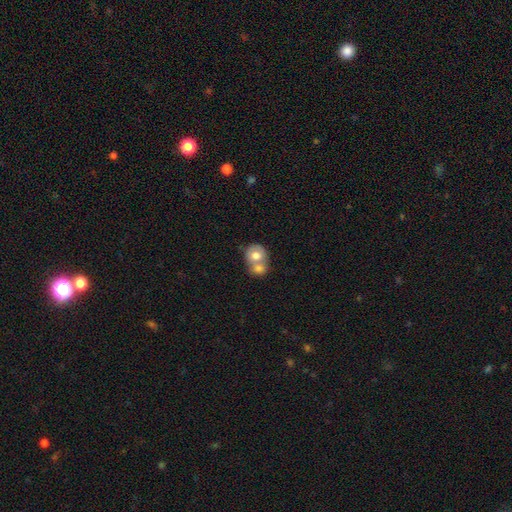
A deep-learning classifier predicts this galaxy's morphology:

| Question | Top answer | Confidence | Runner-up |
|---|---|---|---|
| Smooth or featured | smooth | 71% | featured or disk (22%) |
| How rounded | round | 71% | in between (28%) |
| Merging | merger | 69% | none (22%) |